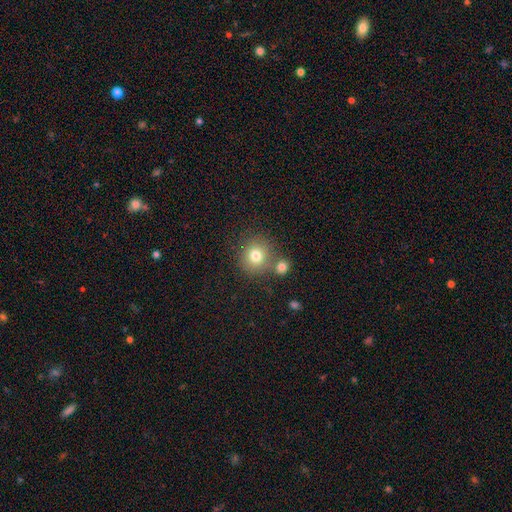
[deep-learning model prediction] Smooth or featured: smooth — 79% (star or artifact — 12%)
How rounded: round — 87% (in between — 12%)
Merging: none — 65% (merger — 21%)